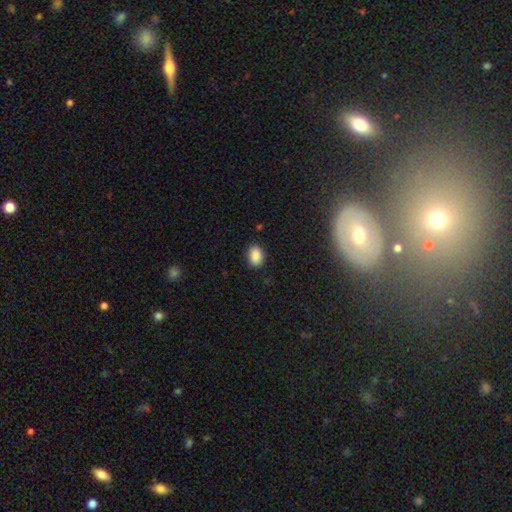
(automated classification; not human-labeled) This is clearly a smooth galaxy (89%). How rounded: clearly in between (82%). Merging: clearly none (86%).